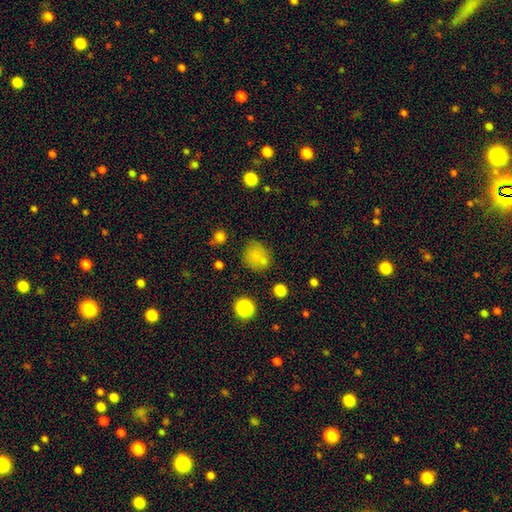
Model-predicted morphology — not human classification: smooth_or_featured: smooth (p=0.75) [alt: star or artifact p=0.15]
how_rounded: round (p=0.75) [alt: in between p=0.24]
merging: none (p=0.63) [alt: merger p=0.17]